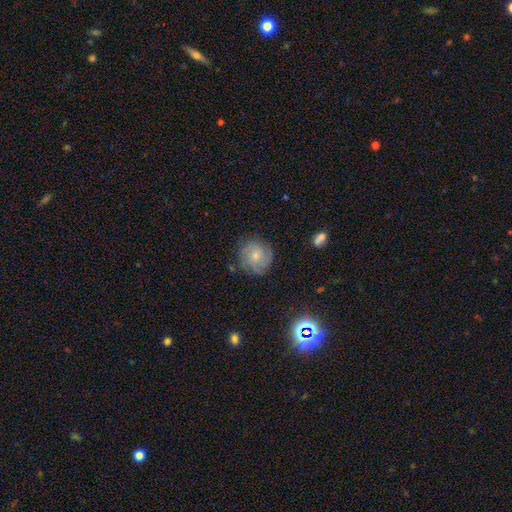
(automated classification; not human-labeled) This is possibly a featured or disk galaxy (52%). It is clearly not viewed edge-on (98%). Bar: likely no (77%). Spiral arm pattern: clearly yes (85%). Central bulge: possibly small (51%). Merging: likely none (77%).